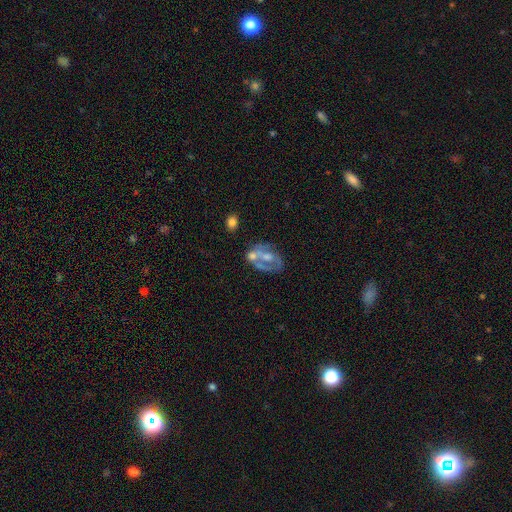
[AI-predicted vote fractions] A featured or disk galaxy (63%) with no bar (70%), no spiral arms (66%) and a moderate central bulge (49%). Merging: none (36%).